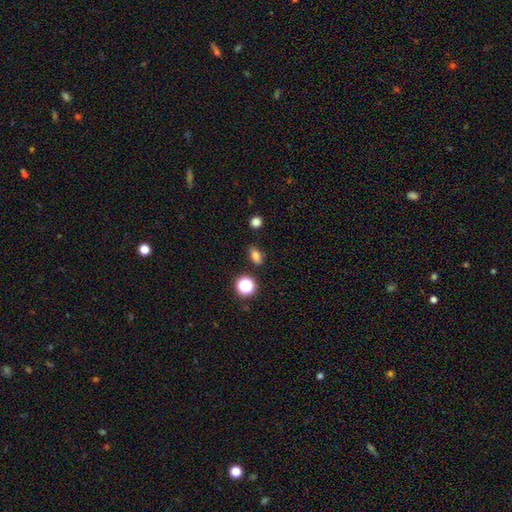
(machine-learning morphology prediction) A smooth galaxy with no disk features (78%) that is in between round and cigar-shaped (76%).

Vote fractions:
- Smooth or featured? smooth: 78% / star or artifact: 15% / featured or disk: 7%
- How rounded? in between: 76% / round: 20% / cigar-shaped: 4%
- Merging? none: 83% / minor disturbance: 12% / merger: 3% / major disturbance: 3%